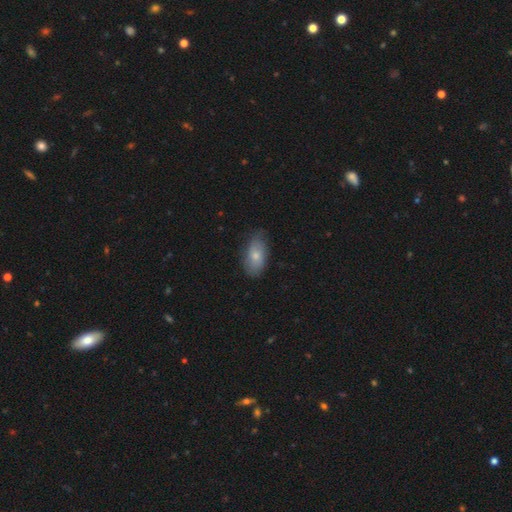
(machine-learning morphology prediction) The model was most divided on "merging": none: 72%, minor disturbance: 23%, major disturbance: 4%, merger: 1%. More confident: how rounded — in between (92%); smooth or featured — smooth (74%).